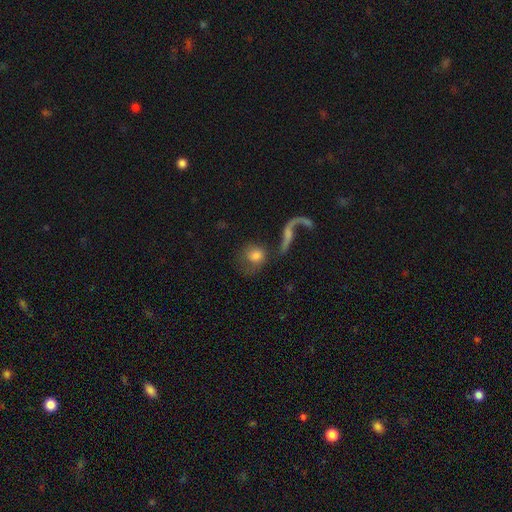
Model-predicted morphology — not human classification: The model was most divided on "merging": none: 34%, merger: 32%, major disturbance: 22%, minor disturbance: 12%. More confident: how rounded — round (69%); smooth or featured — smooth (64%).